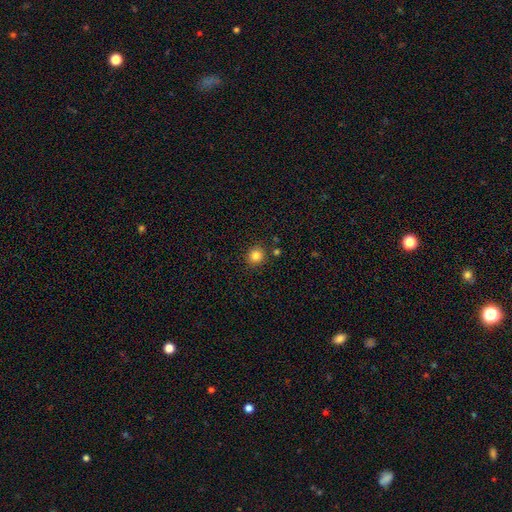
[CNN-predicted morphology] smooth-or-featured: smooth: 84% | star or artifact: 11% | featured or disk: 5%
  how-rounded: round: 89% | in between: 10% | cigar-shaped: 1%
  merging: none: 87% | minor disturbance: 7% | merger: 4% | major disturbance: 2%